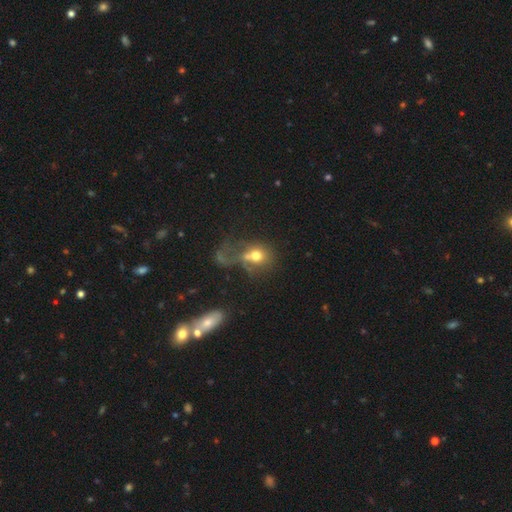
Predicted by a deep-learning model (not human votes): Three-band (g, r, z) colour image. It shows a smooth galaxy with no disk features (63%) that is round (63%). Merging: major disturbance (39%).